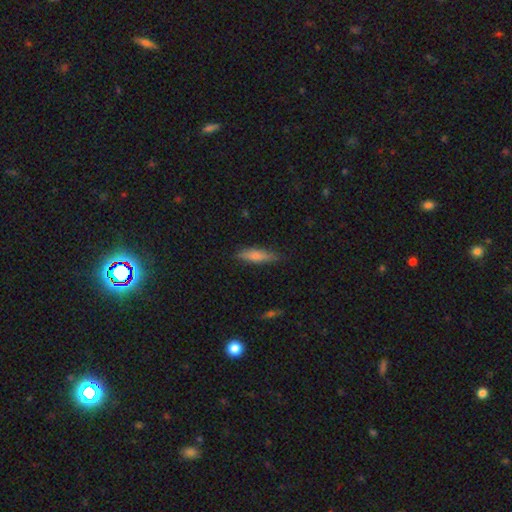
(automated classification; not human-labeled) The model was most divided on "how rounded": cigar-shaped: 63%, in between: 35%, round: 2%. More confident: merging — none (78%); smooth or featured — smooth (74%).